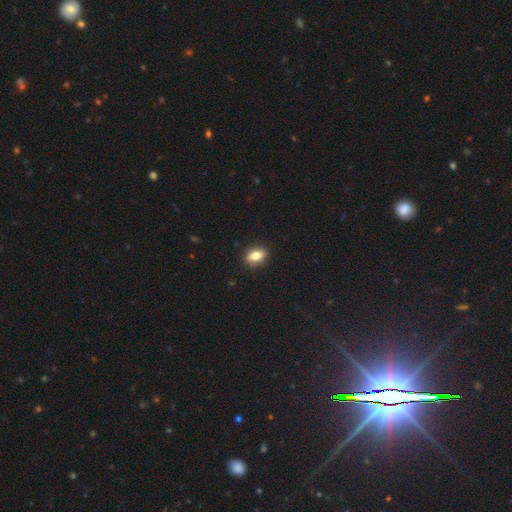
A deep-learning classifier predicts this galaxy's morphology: The model was most divided on "how rounded": in between: 76%, round: 21%, cigar-shaped: 3%. More confident: merging — none (87%); smooth or featured — smooth (81%).